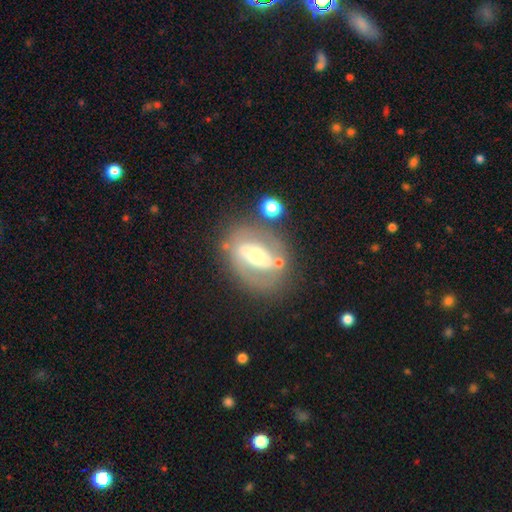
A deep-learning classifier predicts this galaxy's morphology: smooth_or_featured: featured or disk (p=0.67) [alt: smooth p=0.26]
disk_edge_on: no (p=0.91) [alt: yes p=0.09]
bar: strong (p=0.47) [alt: weak p=0.27]
has_spiral_arms: no (p=0.64) [alt: yes p=0.36]
bulge_size: moderate (p=0.61) [alt: small p=0.26]
merging: none (p=0.68) [alt: minor disturbance p=0.16]